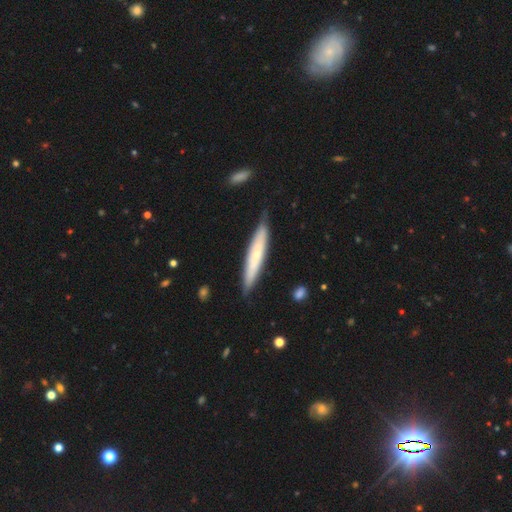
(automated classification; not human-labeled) This is possibly a featured or disk galaxy (49%). Merging: clearly none (81%).